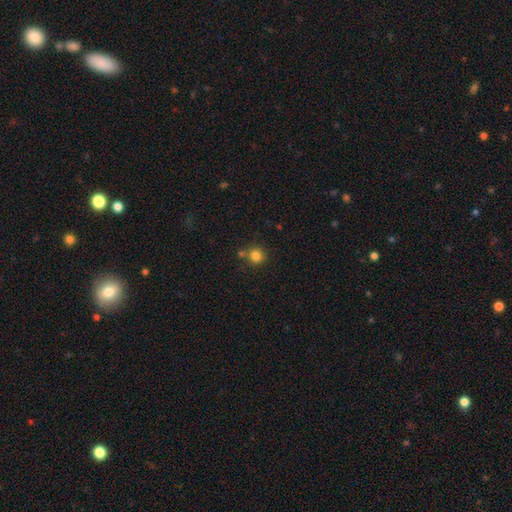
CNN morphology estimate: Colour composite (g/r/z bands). It shows a smooth galaxy with no disk features (83%) that is round (92%). Merging: none (72%).